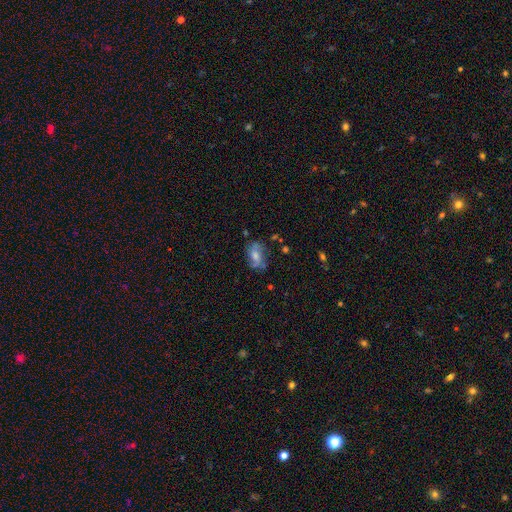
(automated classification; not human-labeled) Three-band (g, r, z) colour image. It shows a featured or disk galaxy (48%). Merging: none (60%).